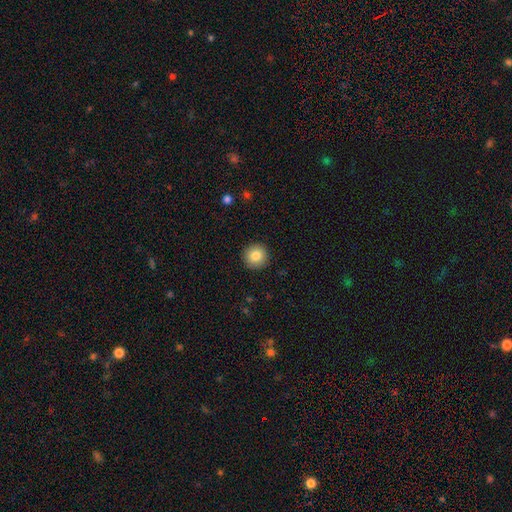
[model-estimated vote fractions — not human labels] smooth-or-featured: smooth: 84% | star or artifact: 9% | featured or disk: 7%
  how-rounded: round: 95% | in between: 4% | cigar-shaped: 1%
  merging: none: 92% | minor disturbance: 5% | major disturbance: 2% | merger: 1%